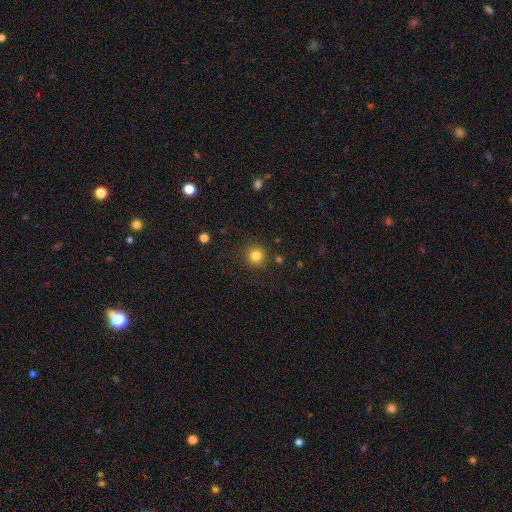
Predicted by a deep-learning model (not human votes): Q: Smooth or featured?
A: smooth (82%); runner-up: star or artifact (12%)
Q: How rounded?
A: round (94%); runner-up: in between (5%)
Q: Merging?
A: none (89%); runner-up: minor disturbance (7%)